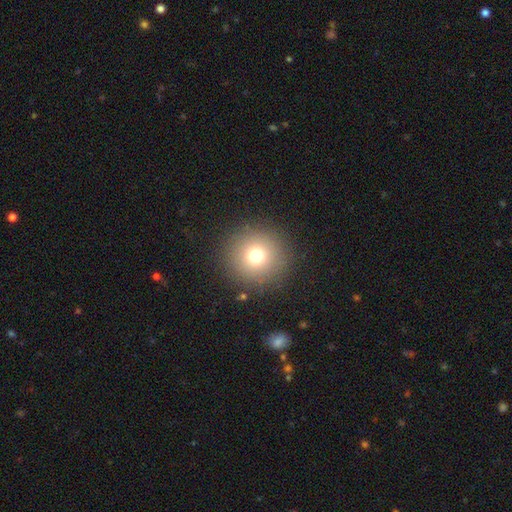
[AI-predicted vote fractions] A smooth galaxy with no disk features (73%) that is round (96%). Merging: none (90%).